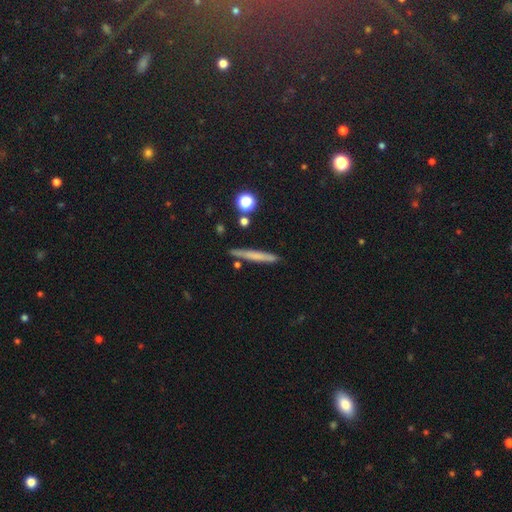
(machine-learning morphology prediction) This is possibly a smooth galaxy (59%). How rounded: clearly cigar-shaped (94%). Merging: clearly none (86%).